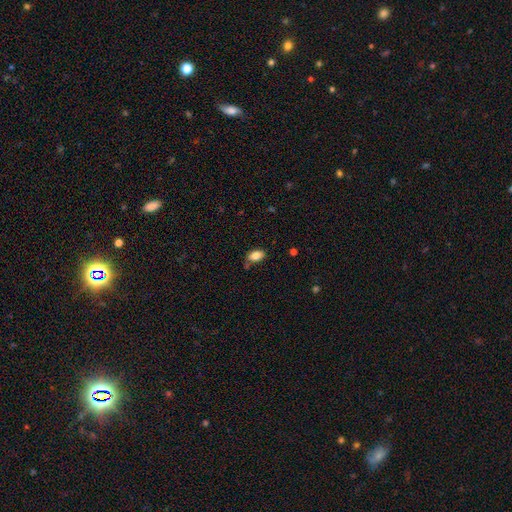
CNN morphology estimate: smooth_or_featured: smooth (p=0.83) [alt: featured or disk p=0.09]
how_rounded: in between (p=0.90) [alt: round p=0.08]
merging: none (p=0.71) [alt: minor disturbance p=0.19]